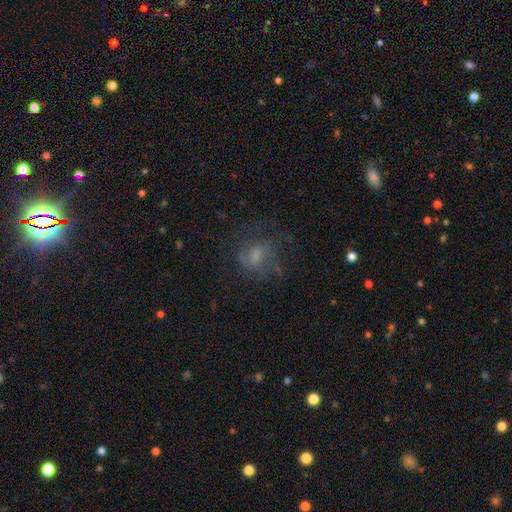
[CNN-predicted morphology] Smooth or featured?
  - featured or disk: 47% *
  - smooth: 37%
  - star or artifact: 16%
Merging?
  - none: 50% *
  - major disturbance: 28%
  - minor disturbance: 20%
  - merger: 2%